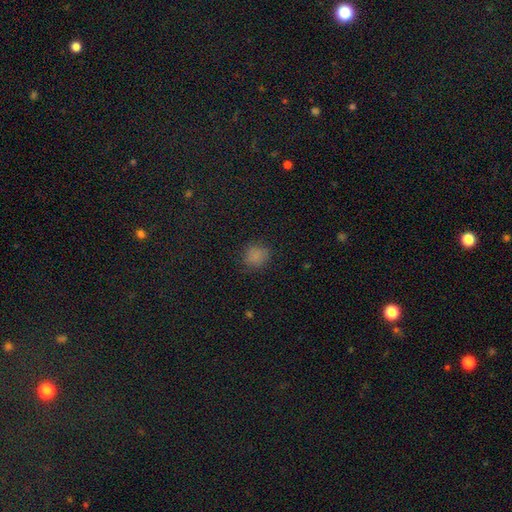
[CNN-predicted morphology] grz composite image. It shows a smooth galaxy with no disk features (78%) that is round (83%). Merging: none (82%).